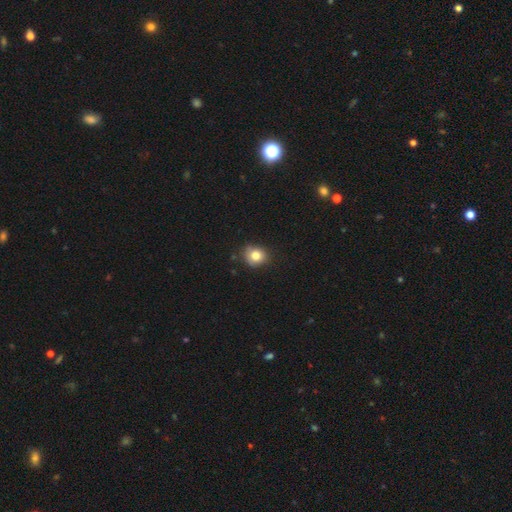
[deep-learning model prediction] A smooth galaxy with no disk features (80%) that is round (76%). Merging: none (73%).